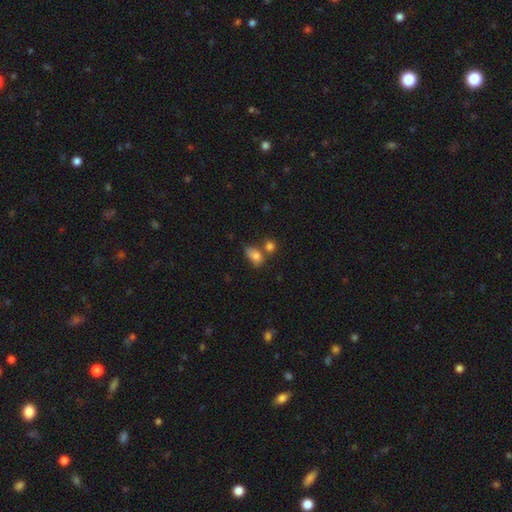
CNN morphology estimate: Q: Smooth or featured?
A: smooth (81%); runner-up: star or artifact (10%)
Q: How rounded?
A: in between (80%); runner-up: round (17%)
Q: Merging?
A: none (41%); runner-up: merger (33%)